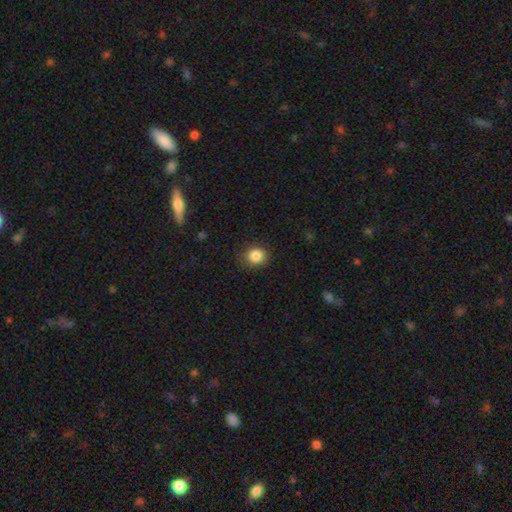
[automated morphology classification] Overall: smooth (86%). How rounded: round (71%). Merging: none (83%).